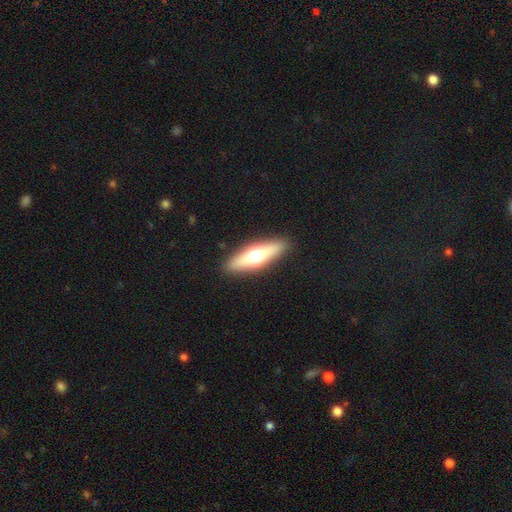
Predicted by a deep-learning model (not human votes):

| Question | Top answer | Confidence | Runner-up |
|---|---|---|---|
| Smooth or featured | smooth | 48% | featured or disk (45%) |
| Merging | none | 89% | minor disturbance (8%) |